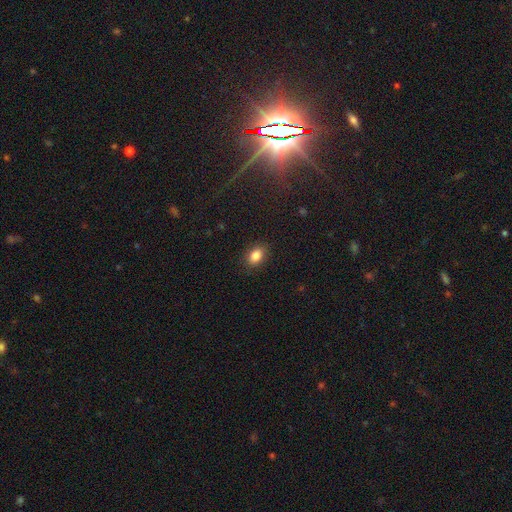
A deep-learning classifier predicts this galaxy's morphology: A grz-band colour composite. It shows a smooth galaxy with no disk features (85%) that is in between round and cigar-shaped (78%). Merging: none (86%).